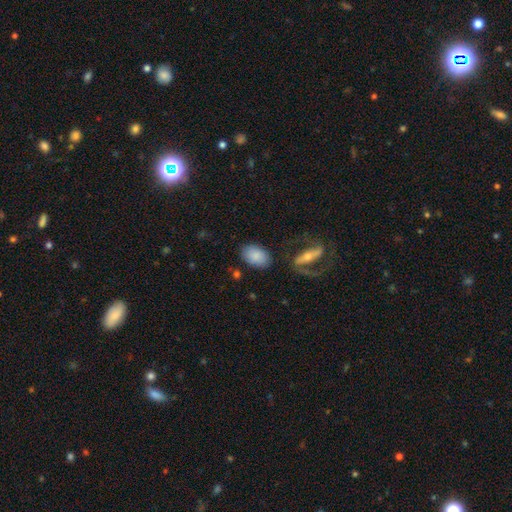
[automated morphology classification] Overall: smooth (83%). How rounded: in between (90%). Merging: none (79%).